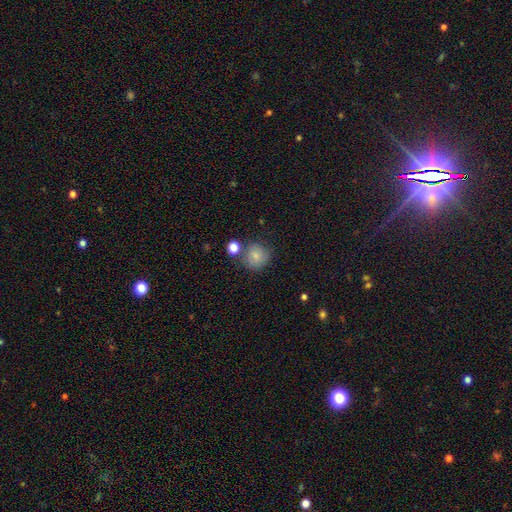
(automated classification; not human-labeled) This appears to be a smooth galaxy with no disk features (77%) that is round (89%). Merging: none (69%).